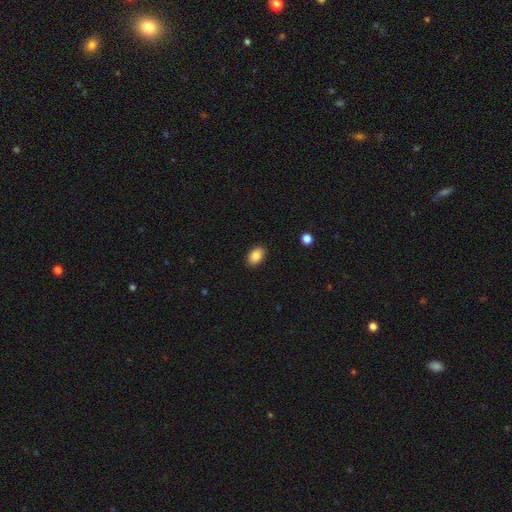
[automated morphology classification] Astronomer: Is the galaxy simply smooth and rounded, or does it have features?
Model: smooth — 87%.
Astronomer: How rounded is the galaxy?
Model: in between — 85%.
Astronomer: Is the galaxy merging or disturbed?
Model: none — 89%.